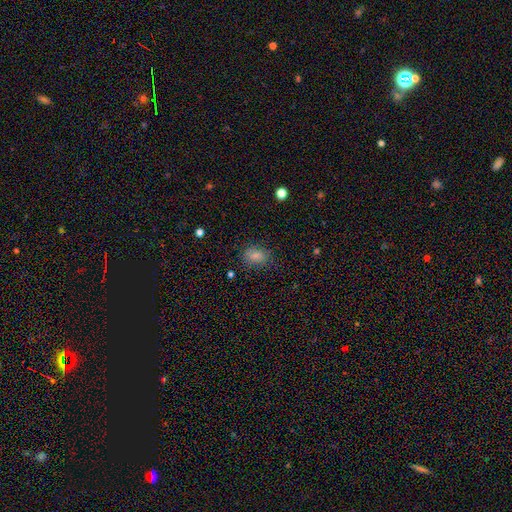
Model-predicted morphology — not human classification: smooth 79%, featured or disk 11%, star or artifact 10%. Down the decision tree: how rounded — in between (67%); merging — none (76%).